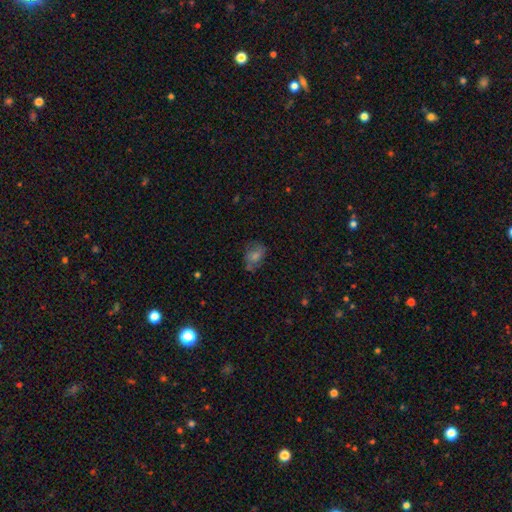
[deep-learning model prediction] Smooth or featured? smooth (45%)
Merging? none (66%)